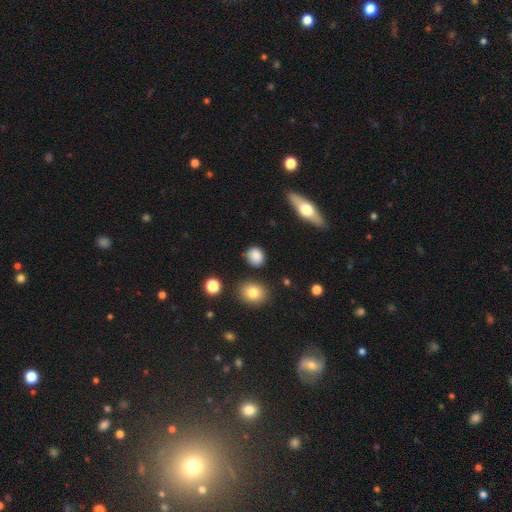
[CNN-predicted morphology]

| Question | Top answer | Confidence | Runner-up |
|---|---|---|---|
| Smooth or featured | smooth | 85% | star or artifact (10%) |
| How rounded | round | 68% | in between (30%) |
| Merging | none | 84% | minor disturbance (11%) |